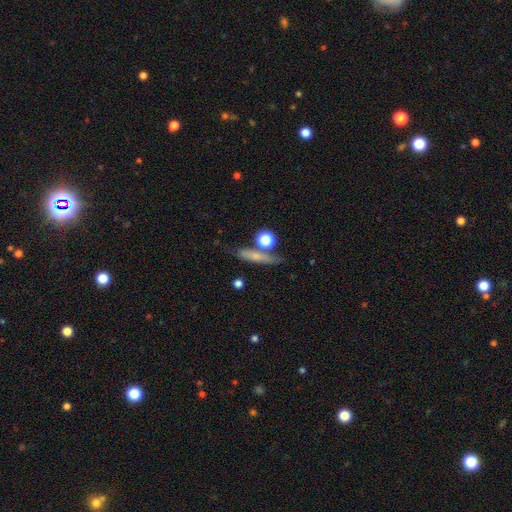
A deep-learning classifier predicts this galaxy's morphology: A smooth galaxy with no disk features (58%) that is cigar-shaped (70%).

Vote fractions:
- Smooth or featured? smooth: 58% / featured or disk: 32% / star or artifact: 10%
- How rounded? cigar-shaped: 70% / in between: 16% / round: 14%
- Merging? none: 66% / minor disturbance: 15% / merger: 13% / major disturbance: 6%